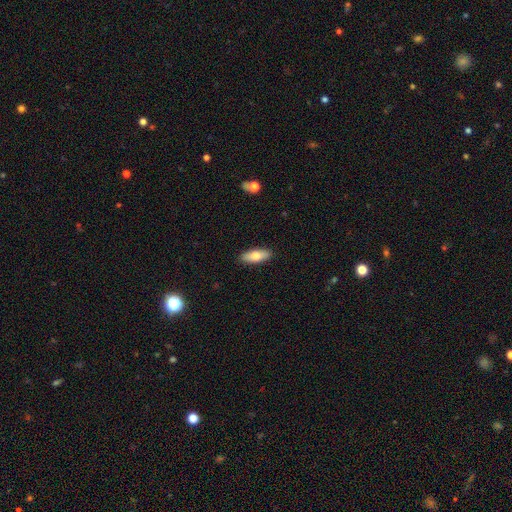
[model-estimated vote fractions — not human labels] Smooth or featured?
  - smooth: 76% *
  - featured or disk: 18%
  - star or artifact: 6%
How rounded?
  - in between: 72% *
  - cigar-shaped: 26%
  - round: 2%
Merging?
  - none: 90% *
  - minor disturbance: 7%
  - major disturbance: 2%
  - merger: 1%